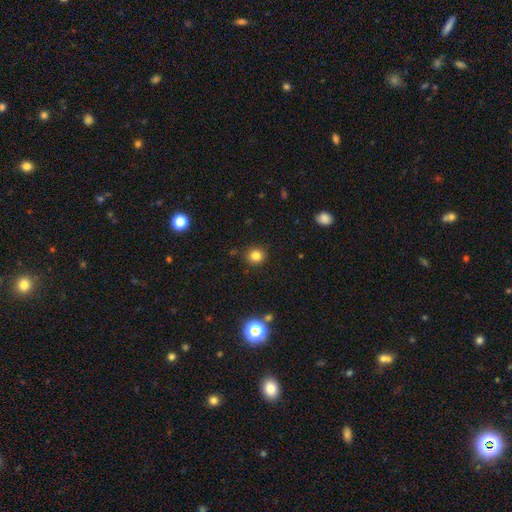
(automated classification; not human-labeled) Overall: smooth (82%). How rounded: round (89%). Merging: none (89%).